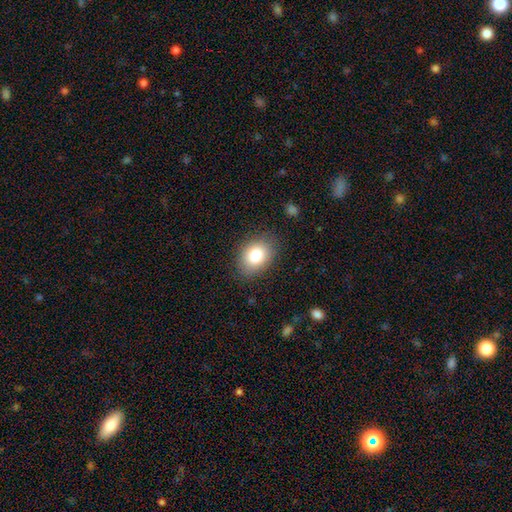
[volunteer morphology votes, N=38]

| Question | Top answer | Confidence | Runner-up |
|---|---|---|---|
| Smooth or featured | smooth | 71% | featured or disk (21%) |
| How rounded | in between | 63% | round (37%) |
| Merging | none | 77% | minor disturbance (17%) |